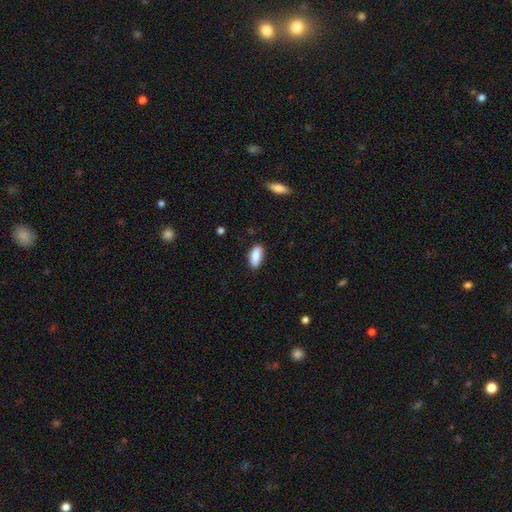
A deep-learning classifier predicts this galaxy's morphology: Q: Smooth or featured?
A: smooth (87%); runner-up: featured or disk (7%)
Q: How rounded?
A: in between (85%); runner-up: cigar-shaped (13%)
Q: Merging?
A: none (84%); runner-up: minor disturbance (12%)